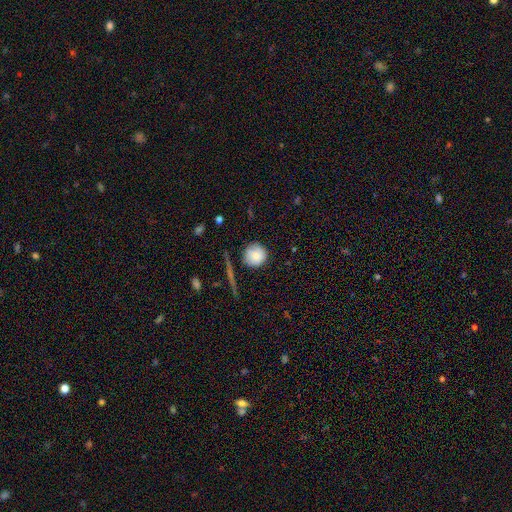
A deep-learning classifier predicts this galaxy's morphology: A smooth galaxy with no disk features (80%) that is round (93%). Merging: none (72%).